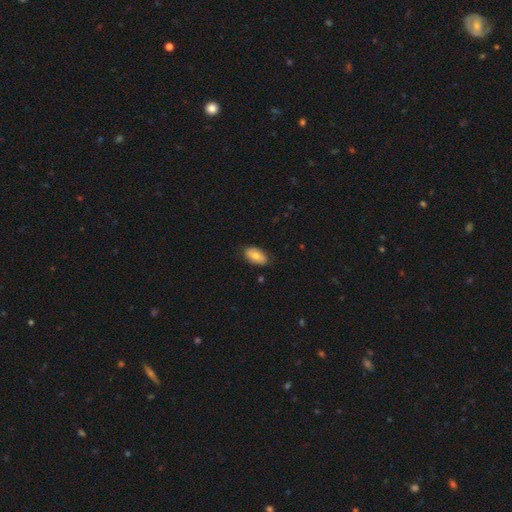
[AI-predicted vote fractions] Smooth or featured: smooth — 72% (featured or disk — 21%)
How rounded: in between — 94% (round — 4%)
Merging: none — 81% (minor disturbance — 15%)